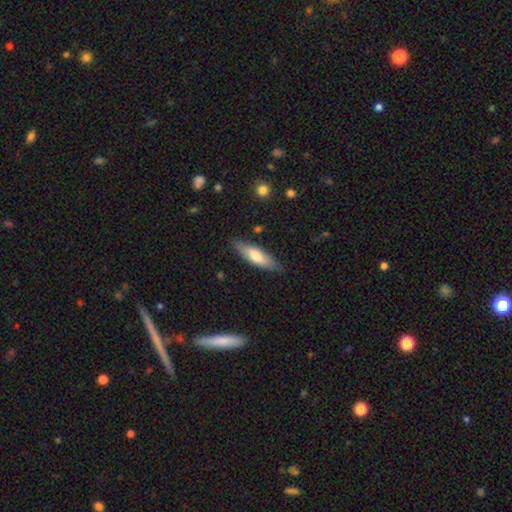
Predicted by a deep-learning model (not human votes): Smooth or featured?
  - smooth: 65% *
  - featured or disk: 29%
  - star or artifact: 6%
How rounded?
  - in between: 51% *
  - cigar-shaped: 47%
  - round: 2%
Merging?
  - none: 82% *
  - minor disturbance: 14%
  - major disturbance: 3%
  - merger: 1%